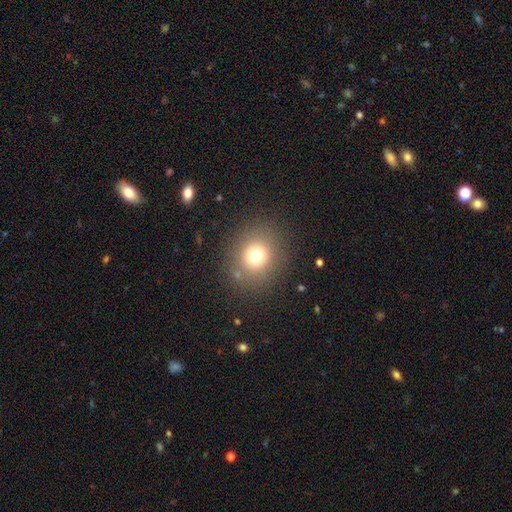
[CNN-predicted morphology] A smooth galaxy with no disk features (73%) that is round (82%).

Vote fractions:
- Smooth or featured? smooth: 73% / star or artifact: 16% / featured or disk: 11%
- How rounded? round: 82% / in between: 17% / cigar-shaped: 1%
- Merging? none: 85% / minor disturbance: 8% / major disturbance: 5% / merger: 2%